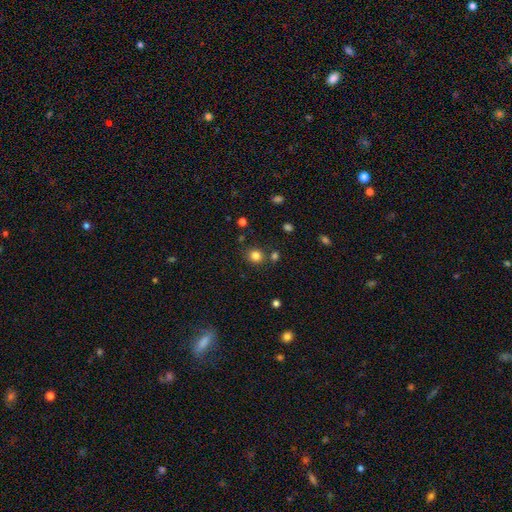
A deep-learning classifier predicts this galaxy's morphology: A smooth galaxy with no disk features (82%) that is round (87%).

Vote fractions:
- Smooth or featured? smooth: 82% / star or artifact: 13% / featured or disk: 5%
- How rounded? round: 87% / in between: 12% / cigar-shaped: 1%
- Merging? none: 80% / minor disturbance: 9% / merger: 8% / major disturbance: 3%